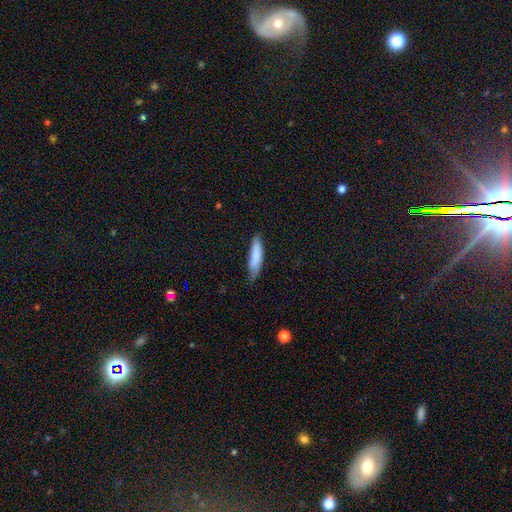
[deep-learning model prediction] smooth 81%, featured or disk 13%, star or artifact 6%. Down the decision tree: how rounded — cigar-shaped (74%); merging — none (73%).